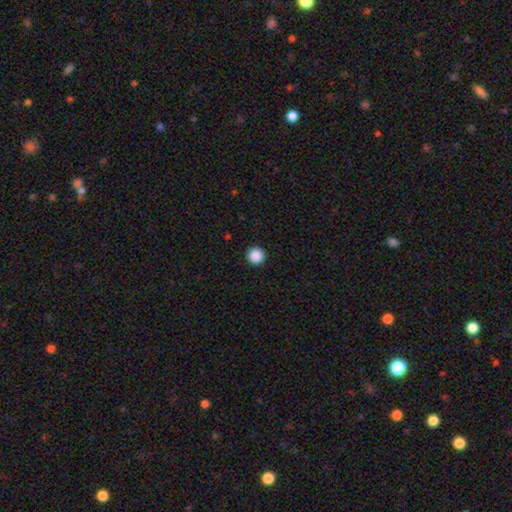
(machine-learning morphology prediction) The model was most divided on "smooth or featured": smooth: 89%, star or artifact: 9%, featured or disk: 2%. More confident: how rounded — round (96%); merging — none (94%).